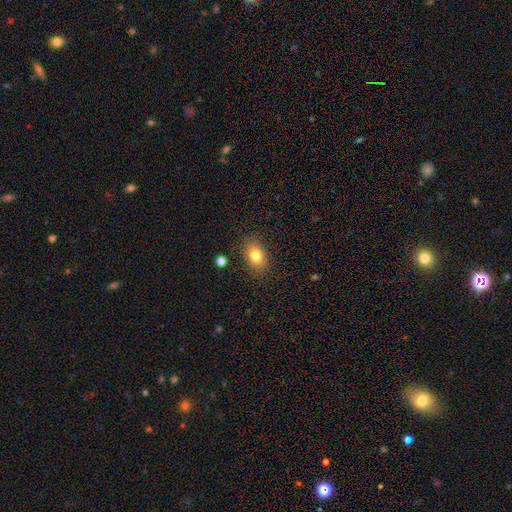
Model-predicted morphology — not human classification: A smooth galaxy with no disk features (80%) that is in between round and cigar-shaped (77%). Merging: none (85%).